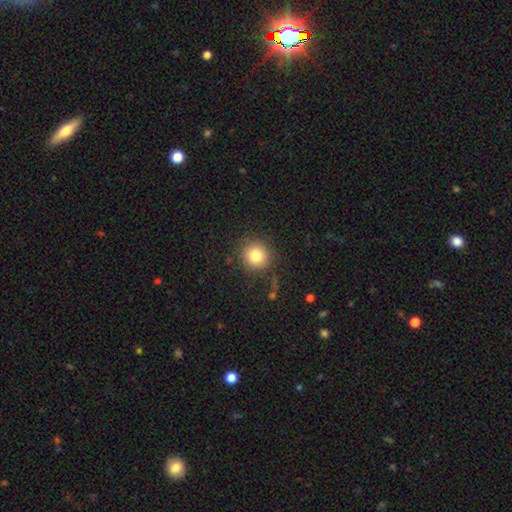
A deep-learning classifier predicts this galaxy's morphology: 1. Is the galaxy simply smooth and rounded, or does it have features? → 82% smooth, 11% star or artifact, 7% featured or disk.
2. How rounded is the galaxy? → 93% round, 6% in between, 1% cigar-shaped.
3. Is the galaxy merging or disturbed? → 84% none, 10% minor disturbance, 4% major disturbance, 2% merger.